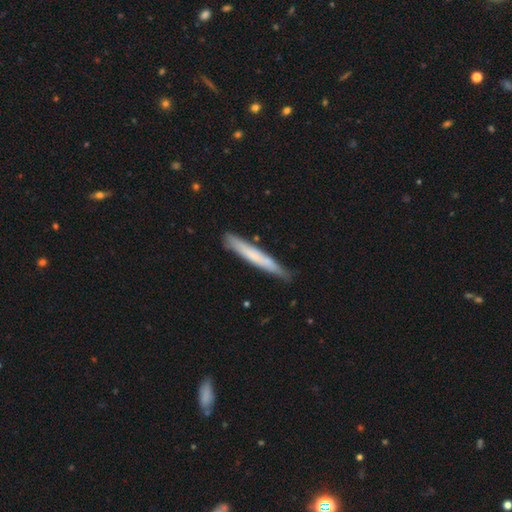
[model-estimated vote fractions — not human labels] The model was most divided on "smooth or featured": smooth: 57%, featured or disk: 36%, star or artifact: 7%. More confident: how rounded — cigar-shaped (96%); merging — none (86%).